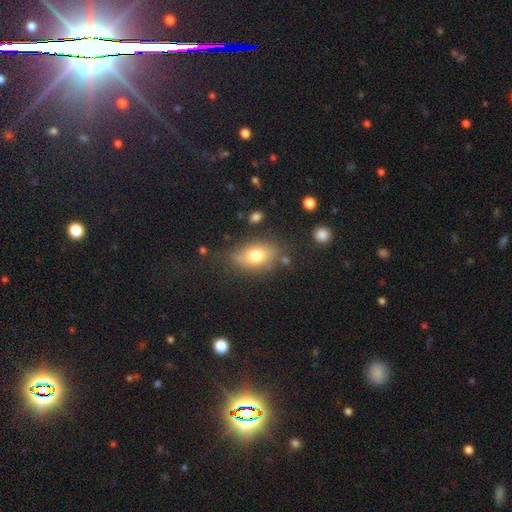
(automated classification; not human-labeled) A smooth galaxy with no disk features (70%) that is in between round and cigar-shaped (81%). Merging: none (70%).